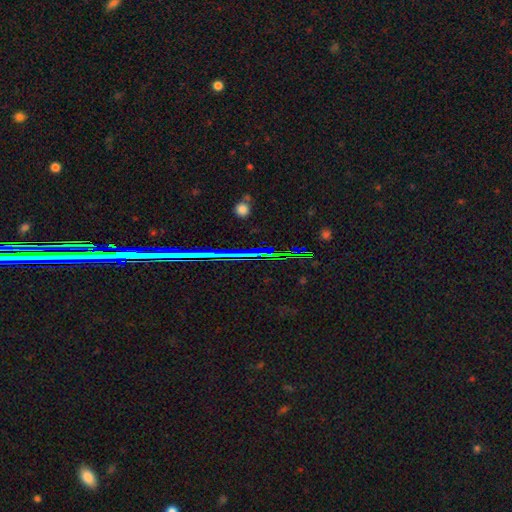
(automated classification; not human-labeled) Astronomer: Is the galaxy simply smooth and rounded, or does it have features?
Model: star or artifact — 74%.